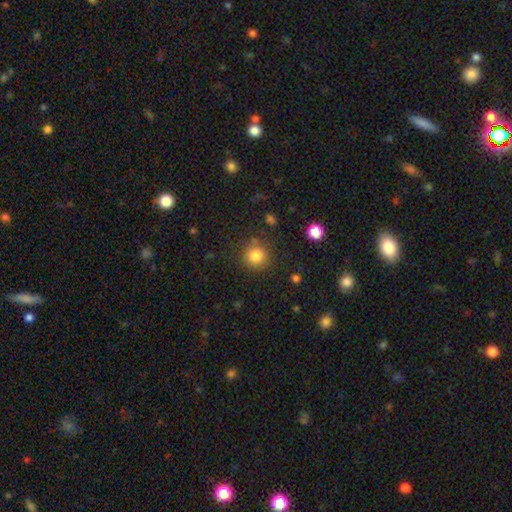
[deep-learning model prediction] smooth 83%, star or artifact 11%, featured or disk 5%. Down the decision tree: how rounded — round (91%); merging — none (83%).